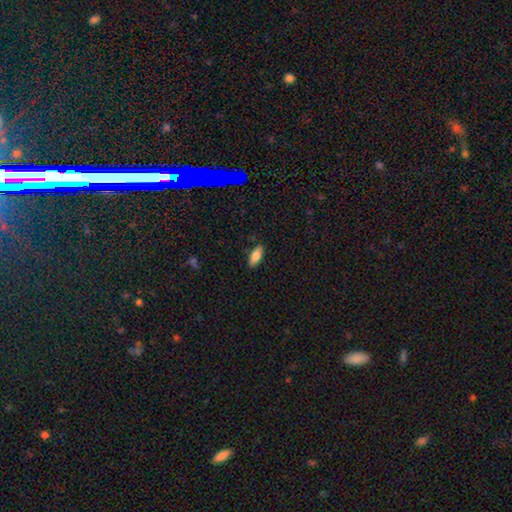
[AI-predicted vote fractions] Morphology: type=smooth (81%); roundness=in between (79%); merging=none (86%).